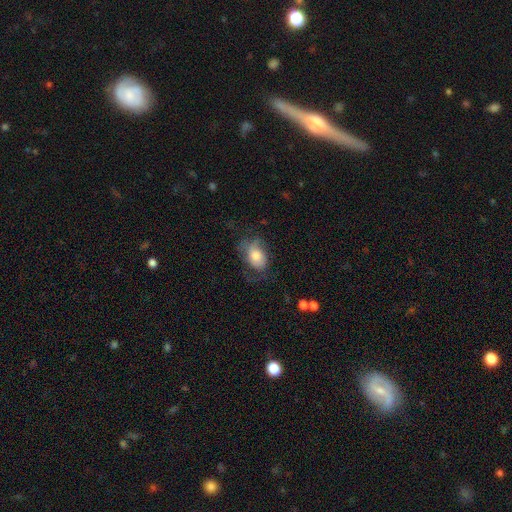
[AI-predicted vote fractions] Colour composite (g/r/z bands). It shows a smooth galaxy with no disk features (59%) that is in between round and cigar-shaped (77%). Merging: none (46%).